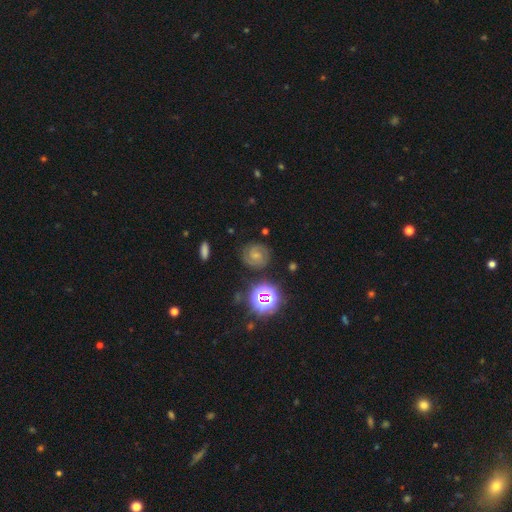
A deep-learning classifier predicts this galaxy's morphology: This appears to be a featured or disk galaxy (51%). Merging: none (79%).